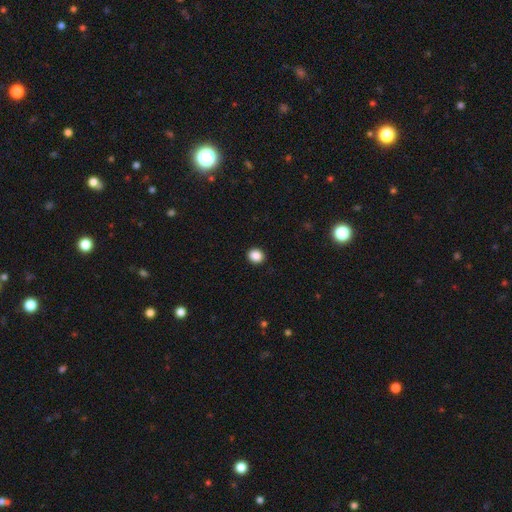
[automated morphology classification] Smooth or featured? smooth (88%)
How rounded? round (77%)
Merging? none (92%)